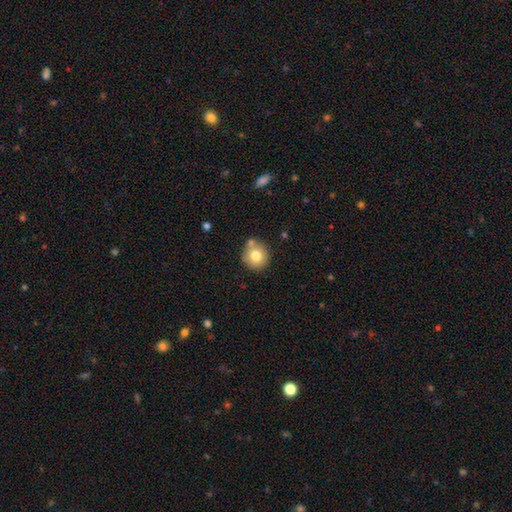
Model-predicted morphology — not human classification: A smooth galaxy with no disk features (77%) that is round (91%).

Vote fractions:
- Smooth or featured? smooth: 77% / featured or disk: 13% / star or artifact: 10%
- How rounded? round: 91% / in between: 8% / cigar-shaped: 1%
- Merging? none: 73% / merger: 13% / minor disturbance: 11% / major disturbance: 3%